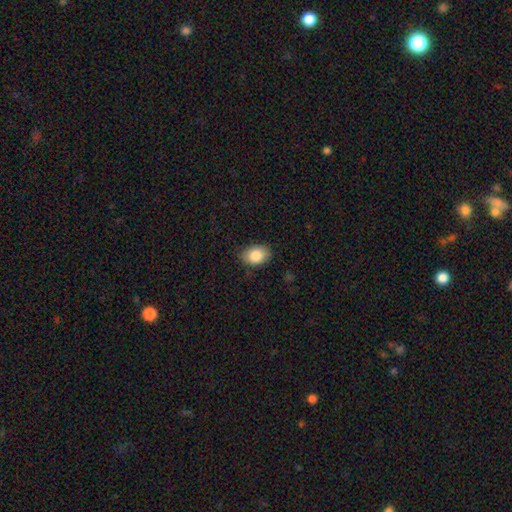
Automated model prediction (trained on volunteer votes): smooth_or_featured: smooth (p=0.85) [alt: featured or disk p=0.08]
how_rounded: in between (p=0.80) [alt: round p=0.19]
merging: none (p=0.83) [alt: minor disturbance p=0.13]